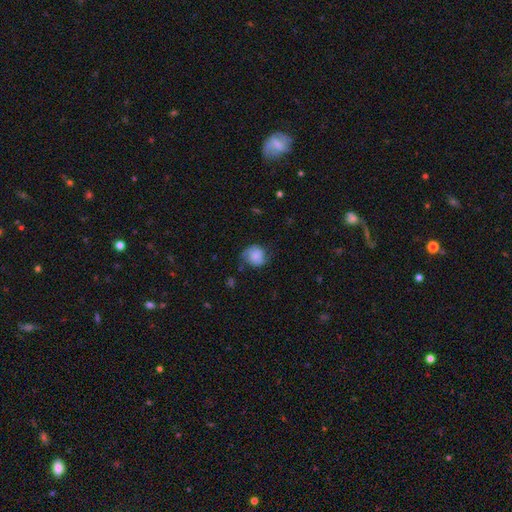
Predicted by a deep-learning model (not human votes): Q: Smooth or featured?
A: smooth (60%); runner-up: featured or disk (32%)
Q: How rounded?
A: round (75%); runner-up: in between (24%)
Q: Merging?
A: none (59%); runner-up: minor disturbance (28%)